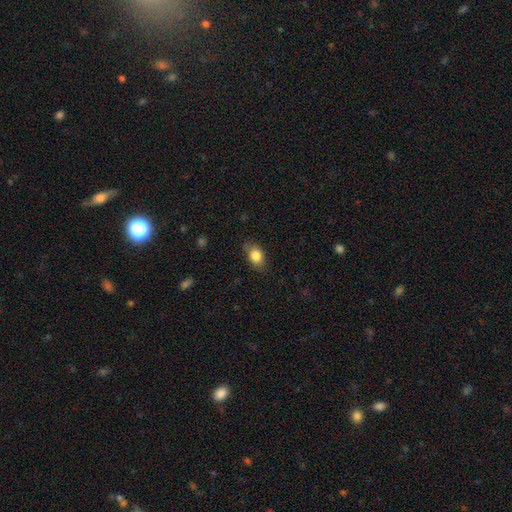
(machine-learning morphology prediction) A smooth galaxy with no disk features (83%) that is in between round and cigar-shaped (74%). Merging: none (73%).